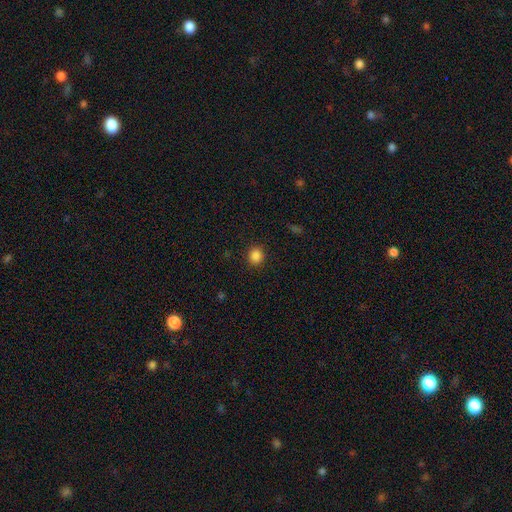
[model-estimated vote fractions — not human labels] The model was most divided on "how rounded": round: 86%, in between: 13%, cigar-shaped: 1%. More confident: merging — none (91%); smooth or featured — smooth (86%).